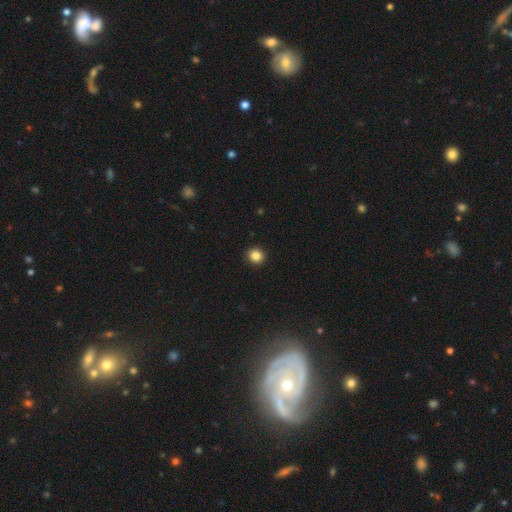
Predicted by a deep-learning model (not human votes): Smooth or featured? smooth (86%)
How rounded? round (91%)
Merging? none (93%)